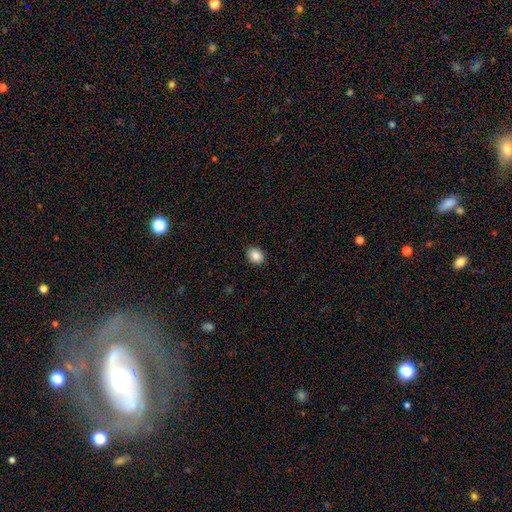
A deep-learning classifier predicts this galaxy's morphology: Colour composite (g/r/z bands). It shows a smooth galaxy with no disk features (87%) that is round (50%). Merging: none (89%).